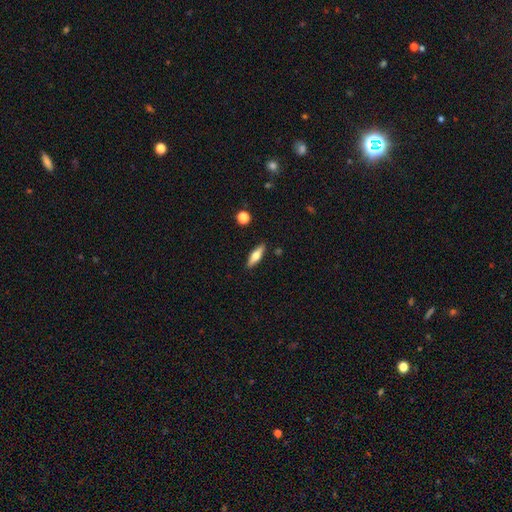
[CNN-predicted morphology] A smooth galaxy with no disk features (53%) that is cigar-shaped (57%).

Vote fractions:
- Smooth or featured? smooth: 53% / featured or disk: 41% / star or artifact: 6%
- How rounded? cigar-shaped: 57% / in between: 40% / round: 3%
- Merging? none: 89% / minor disturbance: 8% / major disturbance: 2% / merger: 2%